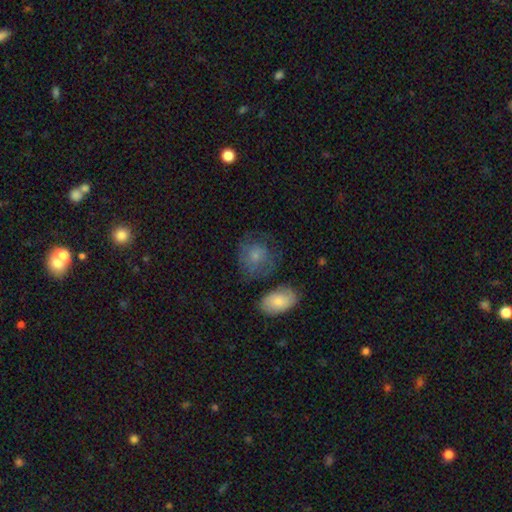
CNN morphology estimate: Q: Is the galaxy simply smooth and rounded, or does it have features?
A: smooth — 68%.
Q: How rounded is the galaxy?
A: round — 72%.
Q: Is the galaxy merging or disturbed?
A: none — 53%.